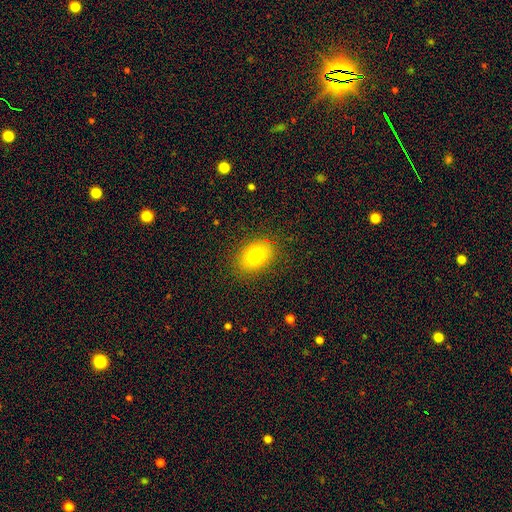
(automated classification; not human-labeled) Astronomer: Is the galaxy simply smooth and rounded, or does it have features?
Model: smooth — 77%.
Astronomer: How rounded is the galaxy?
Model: in between — 72%.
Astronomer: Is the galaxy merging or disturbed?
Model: none — 86%.